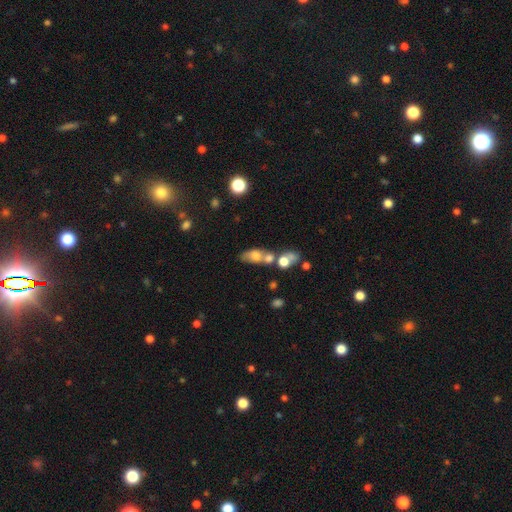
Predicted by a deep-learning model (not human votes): Morphology: type=smooth (62%); roundness=in between (70%); merging=merger (51%).